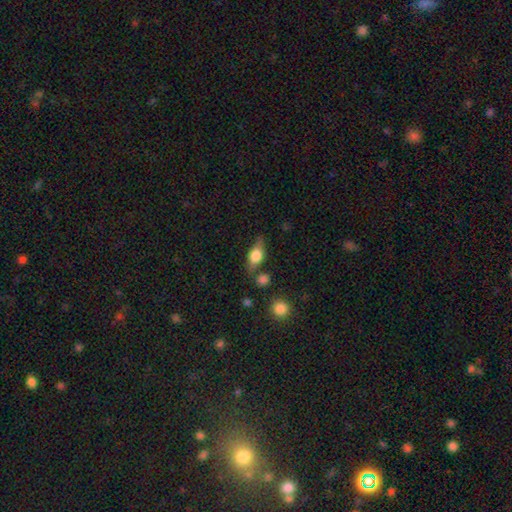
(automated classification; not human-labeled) Q: Smooth or featured?
A: smooth (55%); runner-up: featured or disk (37%)
Q: How rounded?
A: in between (73%); runner-up: cigar-shaped (16%)
Q: Merging?
A: none (68%); runner-up: minor disturbance (19%)